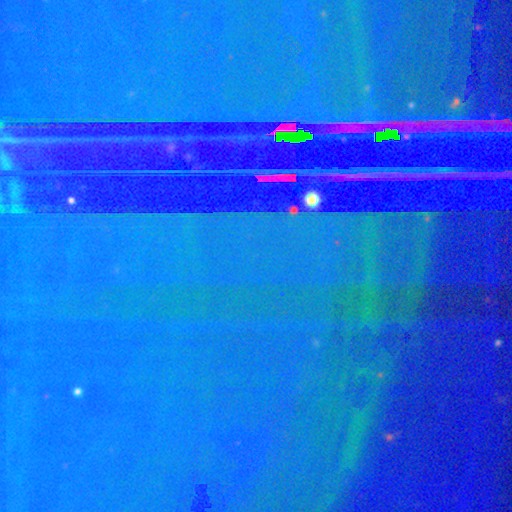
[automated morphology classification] smooth-or-featured: star or artifact: 87% | featured or disk: 7% | smooth: 6%